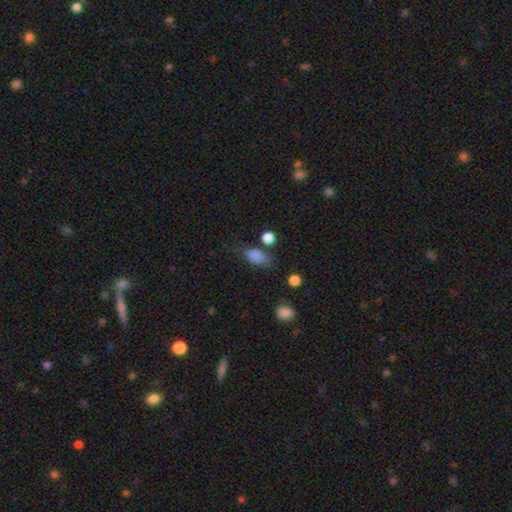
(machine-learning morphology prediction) Smooth or featured? Predicted: smooth (p=0.83). How rounded? Predicted: in between (p=0.80). Merging? Predicted: none (p=0.56).